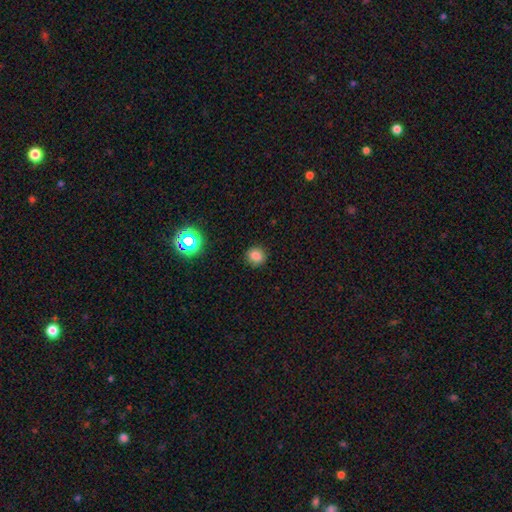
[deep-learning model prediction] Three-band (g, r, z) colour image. It shows a smooth galaxy with no disk features (82%) that is round (86%). Merging: none (90%).